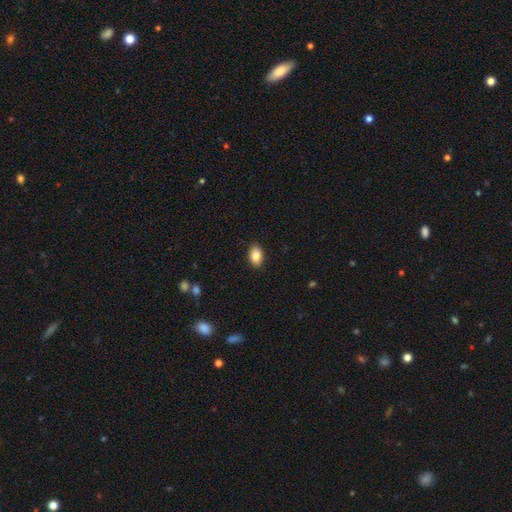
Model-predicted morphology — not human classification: This is clearly a smooth galaxy (86%). How rounded: clearly in between (90%). Merging: clearly none (88%).